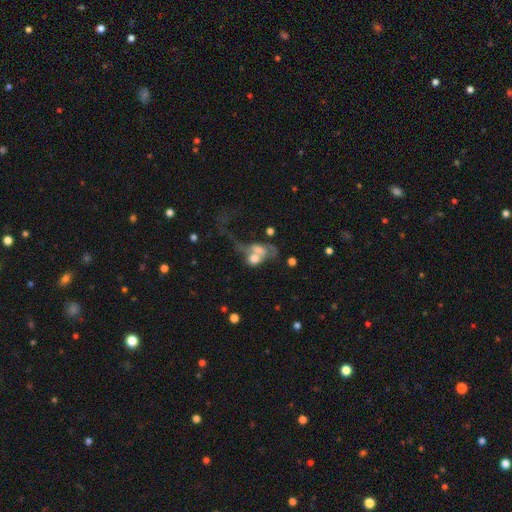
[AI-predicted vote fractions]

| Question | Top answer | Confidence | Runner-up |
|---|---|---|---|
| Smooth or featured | featured or disk | 44% | smooth (43%) |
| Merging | merger | 60% | major disturbance (24%) |